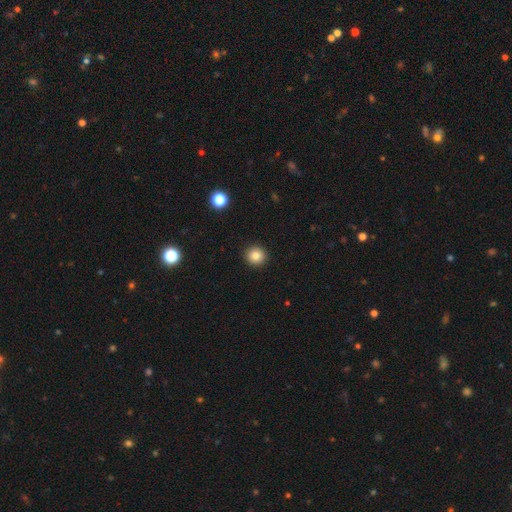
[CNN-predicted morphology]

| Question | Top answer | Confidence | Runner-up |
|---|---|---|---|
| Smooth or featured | smooth | 83% | star or artifact (11%) |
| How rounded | round | 94% | in between (5%) |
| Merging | none | 93% | minor disturbance (4%) |